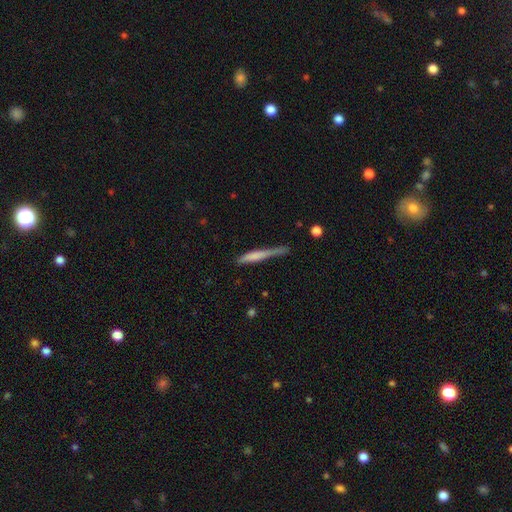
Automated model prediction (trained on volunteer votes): Q: Smooth or featured?
A: smooth (64%); runner-up: featured or disk (29%)
Q: How rounded?
A: cigar-shaped (93%); runner-up: in between (6%)
Q: Merging?
A: none (51%); runner-up: minor disturbance (31%)